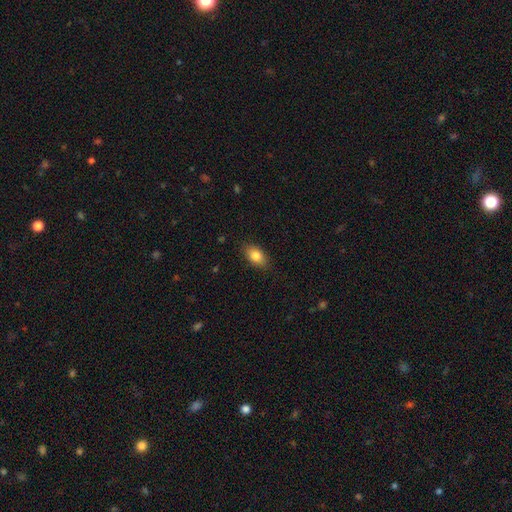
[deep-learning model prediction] The model was most divided on "merging": none: 86%, minor disturbance: 11%, major disturbance: 2%, merger: 1%. More confident: how rounded — in between (88%); smooth or featured — smooth (83%).